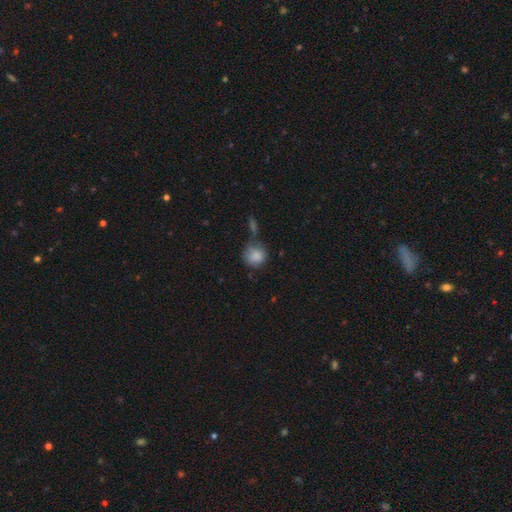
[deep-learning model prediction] Smooth or featured? Predicted: smooth (p=0.85). How rounded? Predicted: round (p=0.85). Merging? Predicted: none (p=0.52).